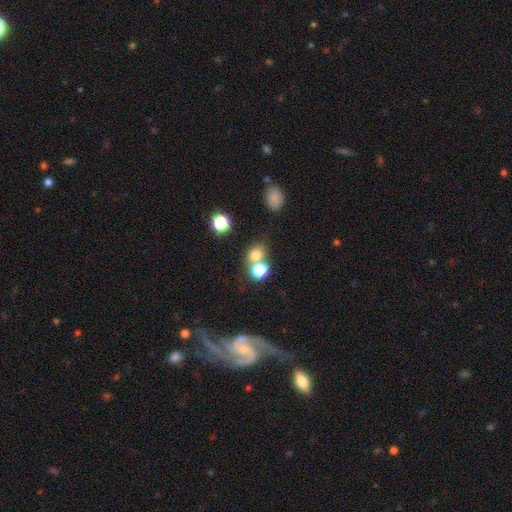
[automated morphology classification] Overall: smooth (74%). How rounded: round (67%; in between 32%). Merging: none (47%; merger 41%).